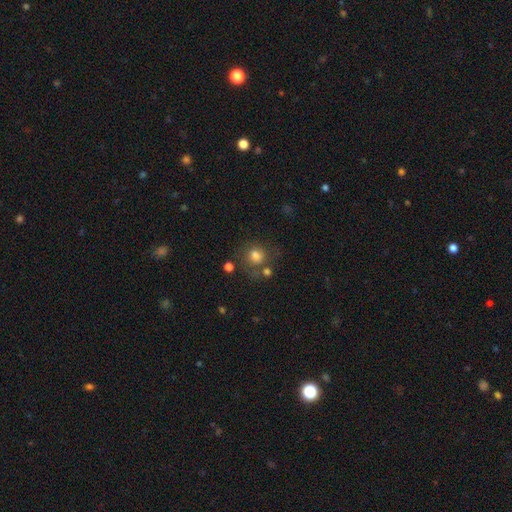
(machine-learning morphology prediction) smooth 75%, featured or disk 13%, star or artifact 12%. Down the decision tree: how rounded — round (79%); merging — none (59%).